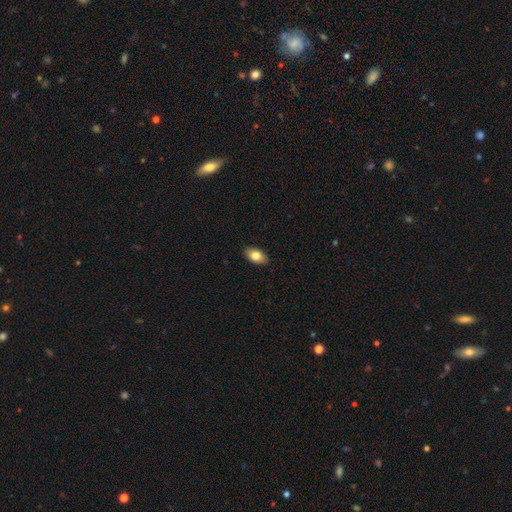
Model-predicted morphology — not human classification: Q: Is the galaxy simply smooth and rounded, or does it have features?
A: smooth — 80%.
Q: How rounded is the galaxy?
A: in between — 92%.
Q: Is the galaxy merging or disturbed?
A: none — 89%.